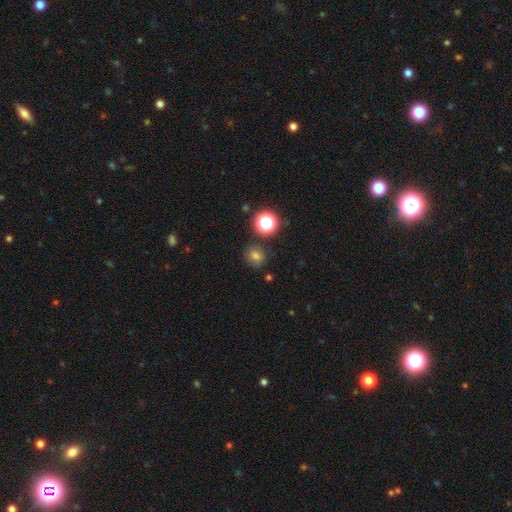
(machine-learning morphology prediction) Smooth or featured? smooth (72%)
How rounded? round (85%)
Merging? none (82%)